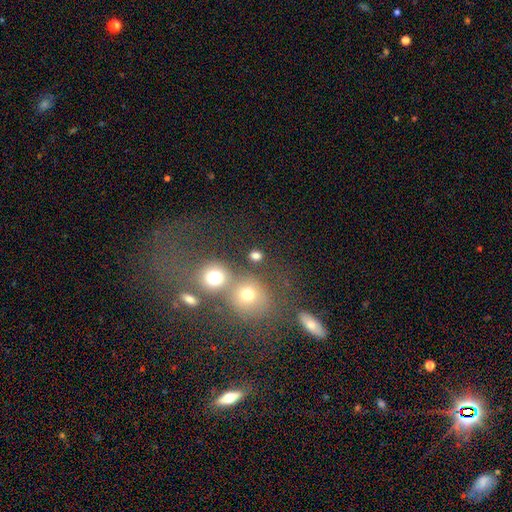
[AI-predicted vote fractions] Morphology: type=smooth (73%); roundness=round (80%); merging=none (67%).